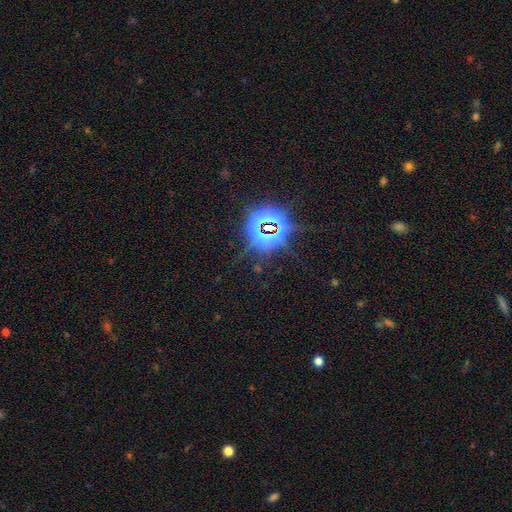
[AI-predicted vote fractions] Smooth or featured?
  - star or artifact: 83% *
  - smooth: 10%
  - featured or disk: 7%